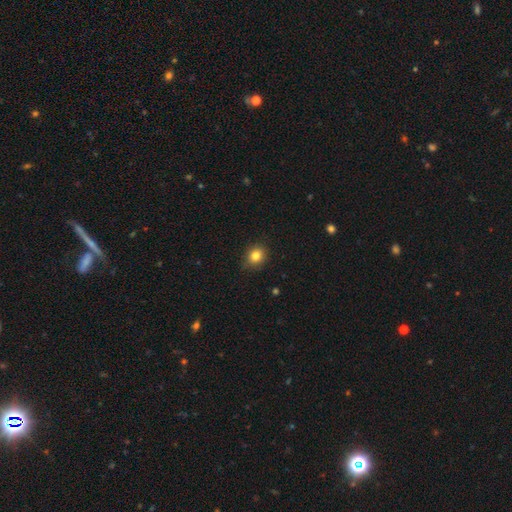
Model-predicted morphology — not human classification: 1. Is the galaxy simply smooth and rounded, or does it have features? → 82% smooth, 11% star or artifact, 7% featured or disk.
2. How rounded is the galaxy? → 66% round, 33% in between, 1% cigar-shaped.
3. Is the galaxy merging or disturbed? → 84% none, 13% minor disturbance, 2% major disturbance, 1% merger.